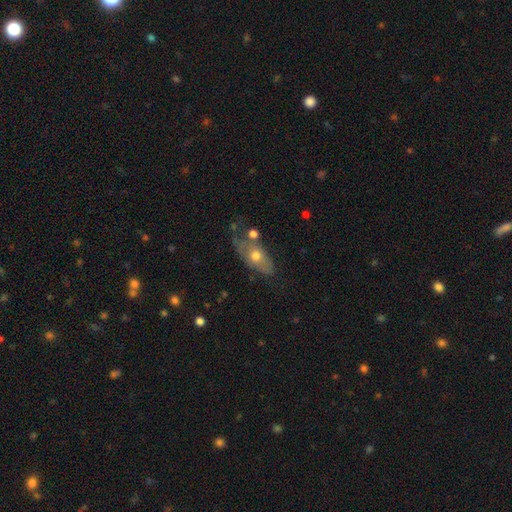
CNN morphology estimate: Smooth or featured?
  - featured or disk: 46% *
  - smooth: 45%
  - star or artifact: 9%
Merging?
  - none: 49% *
  - minor disturbance: 26%
  - major disturbance: 14%
  - merger: 10%